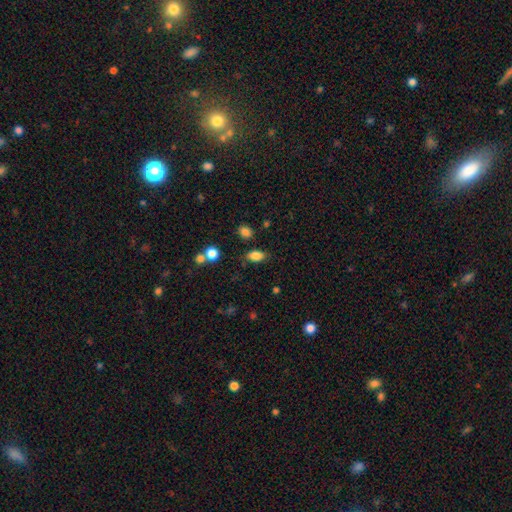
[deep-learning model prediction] The model was most divided on "merging": none: 78%, minor disturbance: 14%, merger: 4%, major disturbance: 4%. More confident: how rounded — in between (87%); smooth or featured — smooth (84%).